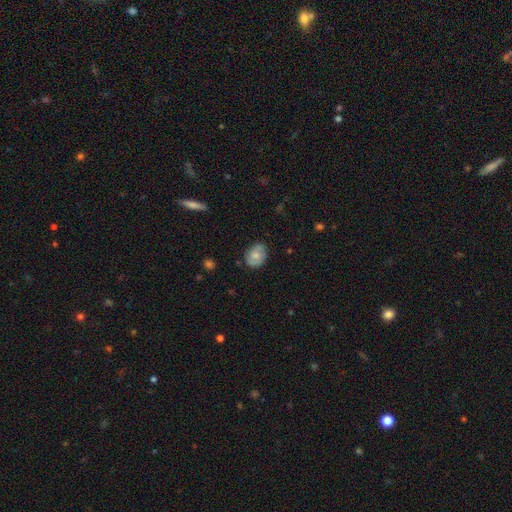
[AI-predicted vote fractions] Overall: smooth (57%; featured or disk 35%). How rounded: in between (62%; round 37%). Merging: none (75%).